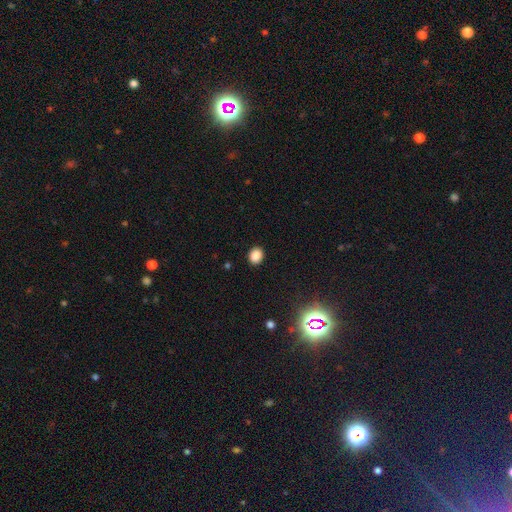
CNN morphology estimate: smooth 87%, star or artifact 10%, featured or disk 3%. Down the decision tree: how rounded — round (55%); merging — none (90%).